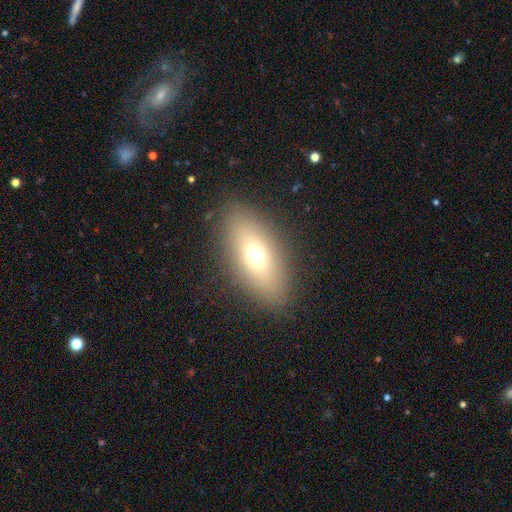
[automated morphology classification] A smooth galaxy with no disk features (64%) that is in between round and cigar-shaped (80%). Merging: none (86%).